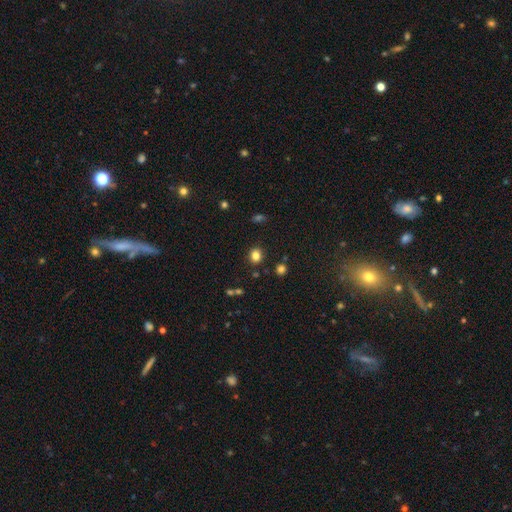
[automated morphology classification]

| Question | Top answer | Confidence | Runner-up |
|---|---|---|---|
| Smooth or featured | smooth | 81% | star or artifact (13%) |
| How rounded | round | 79% | in between (20%) |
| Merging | none | 88% | minor disturbance (7%) |